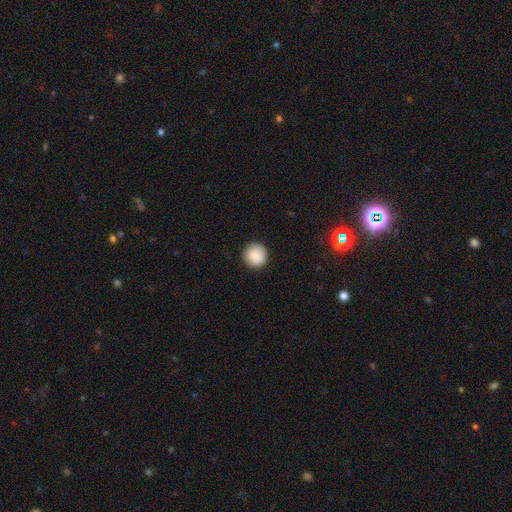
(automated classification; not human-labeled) The model was most divided on "smooth or featured": smooth: 89%, star or artifact: 8%, featured or disk: 3%. More confident: how rounded — round (95%); merging — none (90%).